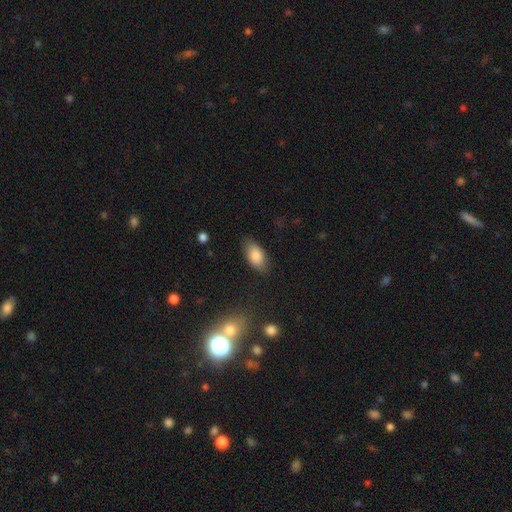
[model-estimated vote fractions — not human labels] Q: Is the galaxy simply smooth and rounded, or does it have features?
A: smooth — 84%.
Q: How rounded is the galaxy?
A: in between — 91%.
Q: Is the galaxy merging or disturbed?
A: none — 79%.